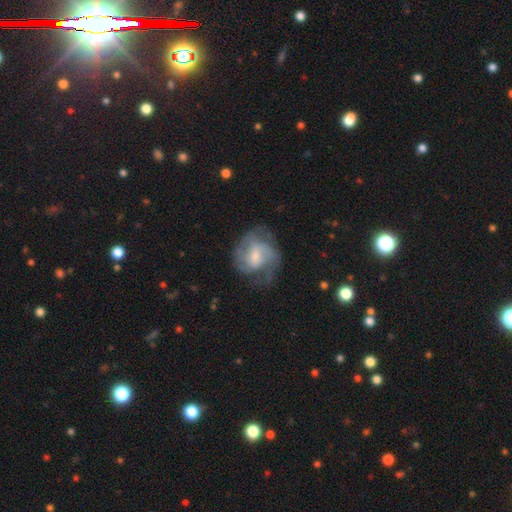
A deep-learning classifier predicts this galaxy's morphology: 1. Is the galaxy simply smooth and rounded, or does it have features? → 69% featured or disk, 24% smooth, 7% star or artifact.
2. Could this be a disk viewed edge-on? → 97% no, 3% yes.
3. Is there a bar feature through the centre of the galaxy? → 52% weak, 33% no, 14% strong.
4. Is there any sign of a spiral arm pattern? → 85% yes, 15% no.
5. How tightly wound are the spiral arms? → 48% medium, 28% tight, 24% loose.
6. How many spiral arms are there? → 47% 2, 25% can't tell, 14% 3, 7% 1, 3% 4, 3% more than 4.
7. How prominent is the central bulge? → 40% moderate, 39% small, 11% none, 8% large, 1% dominant.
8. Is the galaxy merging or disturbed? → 53% none, 23% minor disturbance, 22% major disturbance, 2% merger.